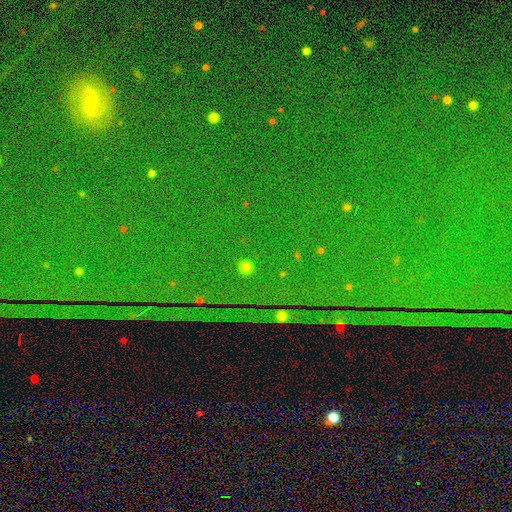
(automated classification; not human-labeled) Q: Smooth or featured?
A: star or artifact (85%); runner-up: smooth (8%)